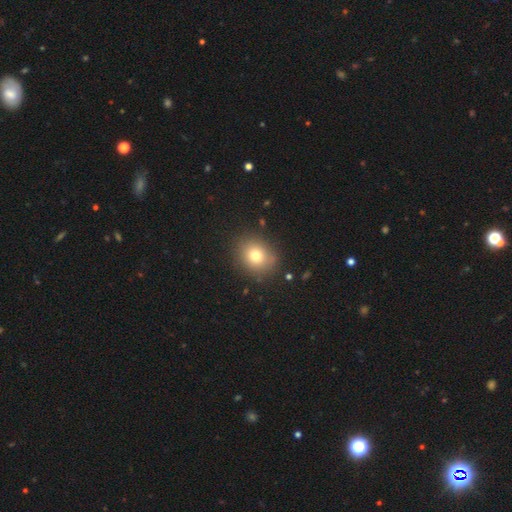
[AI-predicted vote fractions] smooth_or_featured: smooth (p=0.76) [alt: star or artifact p=0.13]
how_rounded: round (p=0.69) [alt: in between p=0.30]
merging: none (p=0.85) [alt: minor disturbance p=0.10]